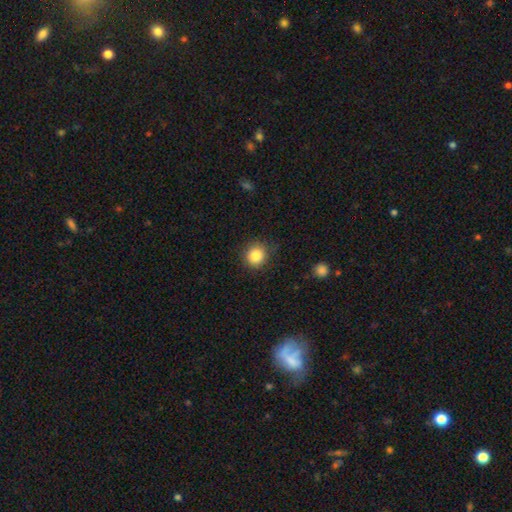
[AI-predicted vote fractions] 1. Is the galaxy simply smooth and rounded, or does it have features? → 85% smooth, 10% star or artifact, 5% featured or disk.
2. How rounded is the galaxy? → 90% round, 9% in between, 1% cigar-shaped.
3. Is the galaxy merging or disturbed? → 87% none, 9% minor disturbance, 3% major disturbance, 1% merger.